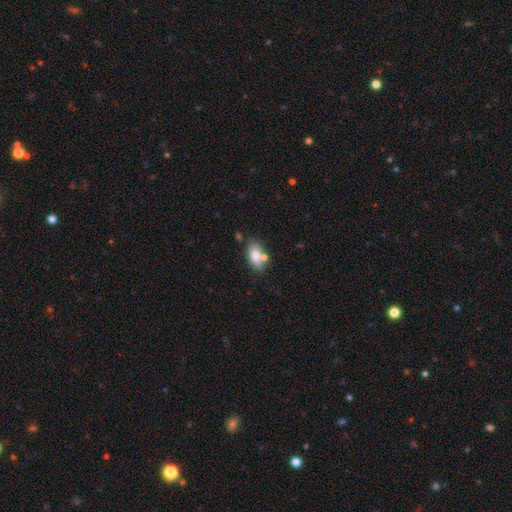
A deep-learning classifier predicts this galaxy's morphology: The model was most divided on "merging": none: 65%, merger: 17%, minor disturbance: 15%, major disturbance: 4%. More confident: how rounded — in between (89%); smooth or featured — smooth (77%).